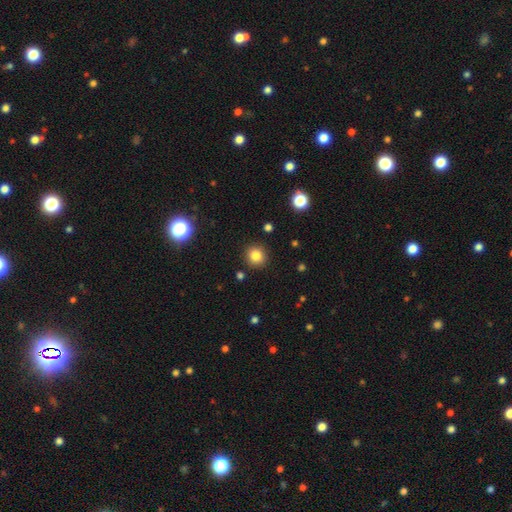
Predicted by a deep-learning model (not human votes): A smooth galaxy with no disk features (82%) that is round (92%).

Vote fractions:
- Smooth or featured? smooth: 82% / star or artifact: 12% / featured or disk: 5%
- How rounded? round: 92% / in between: 7% / cigar-shaped: 1%
- Merging? none: 90% / minor disturbance: 6% / major disturbance: 2% / merger: 2%